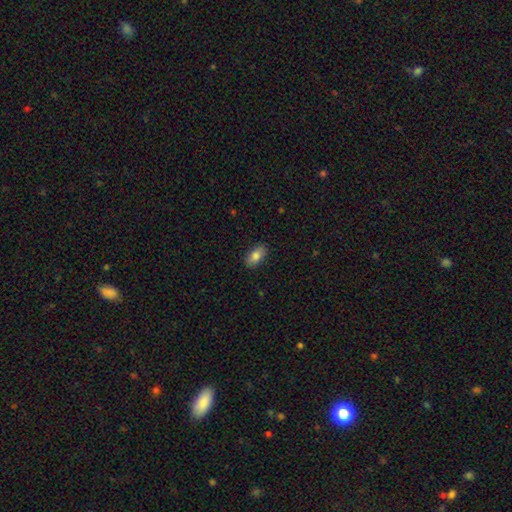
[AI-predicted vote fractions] Q: Smooth or featured?
A: smooth (82%); runner-up: featured or disk (11%)
Q: How rounded?
A: in between (89%); runner-up: cigar-shaped (7%)
Q: Merging?
A: none (87%); runner-up: minor disturbance (9%)